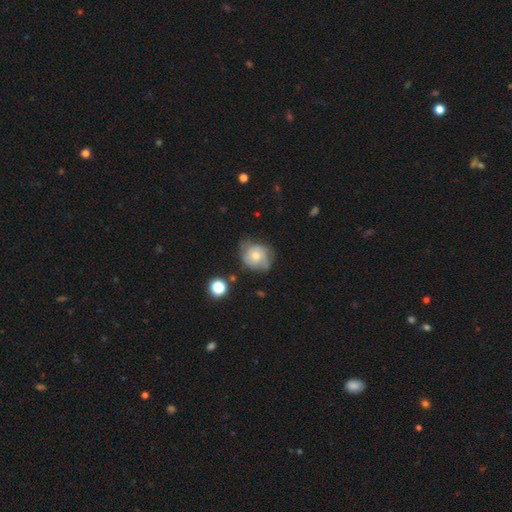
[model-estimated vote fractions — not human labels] Smooth or featured? smooth (50%)
Merging? none (54%)